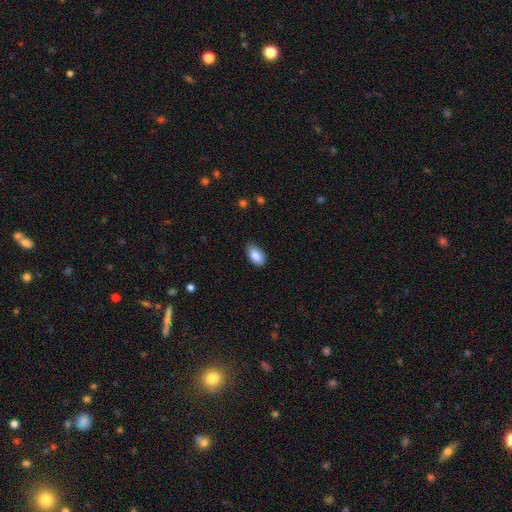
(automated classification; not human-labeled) This appears to be a smooth galaxy with no disk features (87%) that is in between round and cigar-shaped (93%). Merging: none (76%).